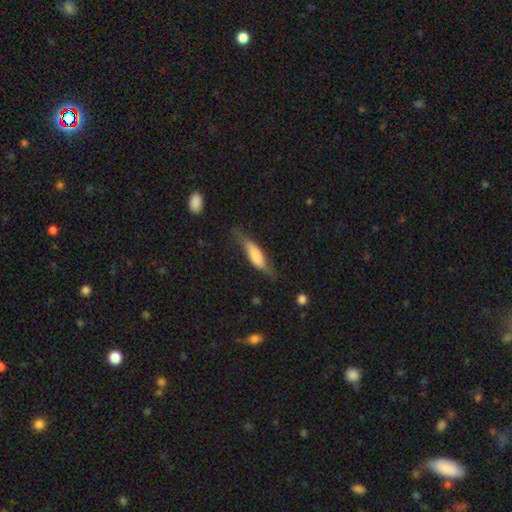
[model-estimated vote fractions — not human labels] Smooth or featured? Predicted: smooth (p=0.57). How rounded? Predicted: cigar-shaped (p=0.58). Merging? Predicted: none (p=0.55).